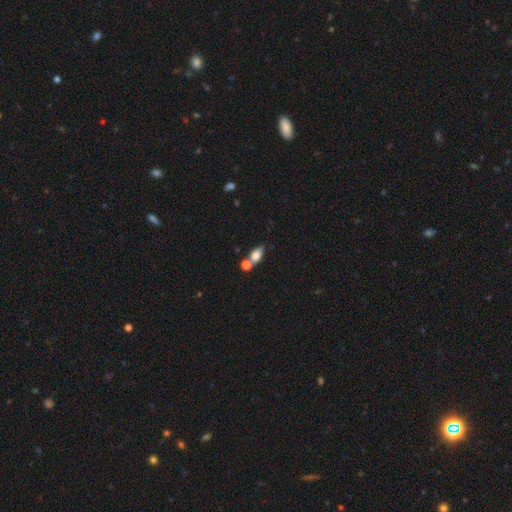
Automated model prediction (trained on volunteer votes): Smooth or featured? smooth (72%)
How rounded? in between (77%)
Merging? none (50%)